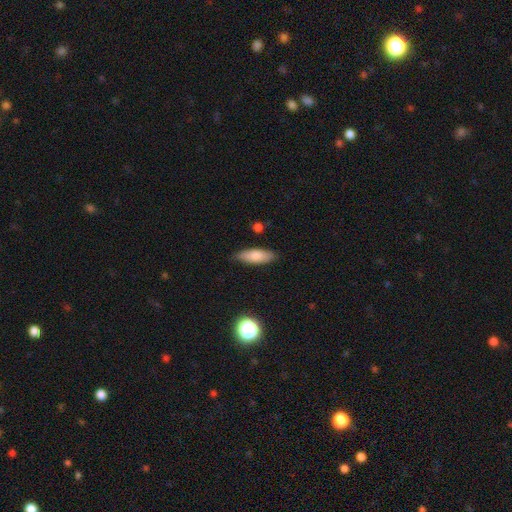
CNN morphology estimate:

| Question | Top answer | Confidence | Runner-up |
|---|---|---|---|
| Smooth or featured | smooth | 80% | featured or disk (13%) |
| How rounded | in between | 60% | cigar-shaped (37%) |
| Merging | none | 84% | minor disturbance (12%) |